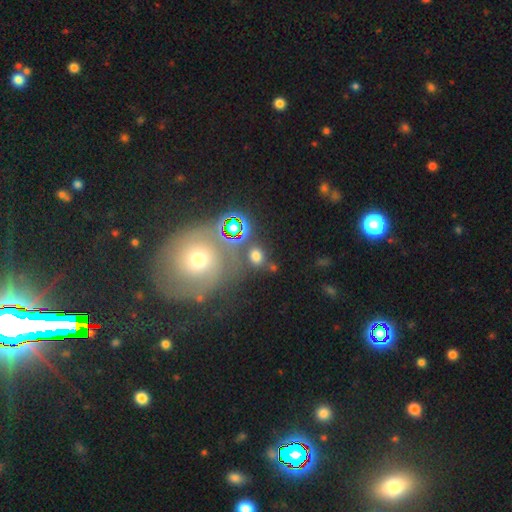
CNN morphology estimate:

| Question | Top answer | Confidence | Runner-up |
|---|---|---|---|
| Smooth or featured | smooth | 62% | star or artifact (28%) |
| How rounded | round | 60% | in between (38%) |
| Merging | none | 66% | merger (14%) |